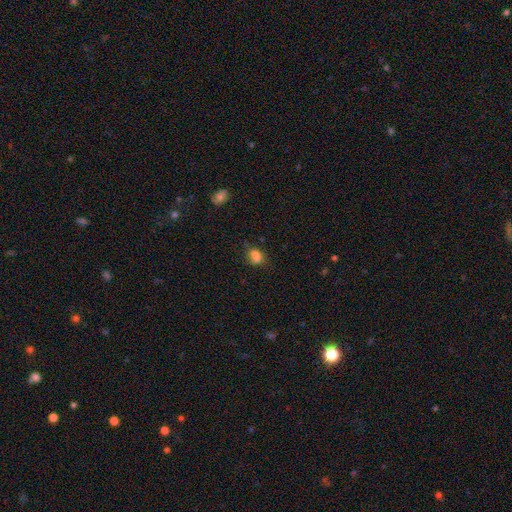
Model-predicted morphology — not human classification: The model was most divided on "merging": none: 58%, minor disturbance: 27%, major disturbance: 9%, merger: 5%. More confident: smooth or featured — smooth (79%); how rounded — in between (73%).